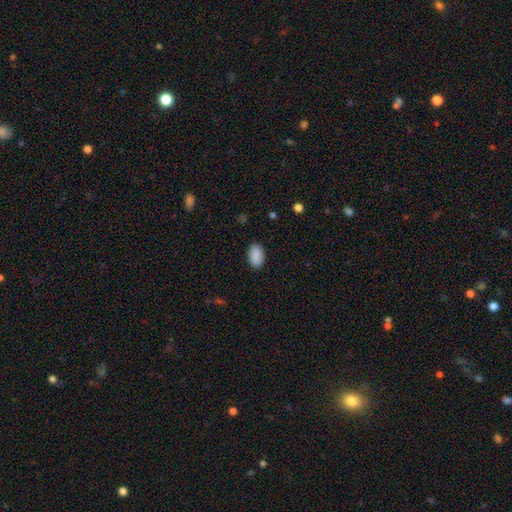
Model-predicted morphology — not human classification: Smooth or featured? Predicted: smooth (p=0.90). How rounded? Predicted: in between (p=0.92). Merging? Predicted: none (p=0.89).